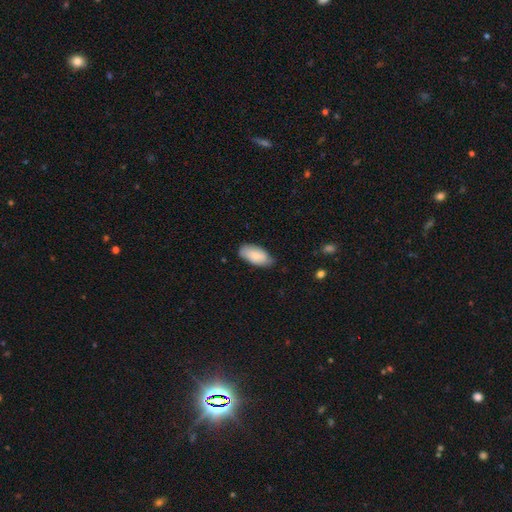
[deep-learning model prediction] Smooth or featured?
  - smooth: 83% *
  - featured or disk: 11%
  - star or artifact: 6%
How rounded?
  - in between: 93% *
  - cigar-shaped: 5%
  - round: 2%
Merging?
  - none: 73% *
  - minor disturbance: 23%
  - major disturbance: 3%
  - merger: 1%